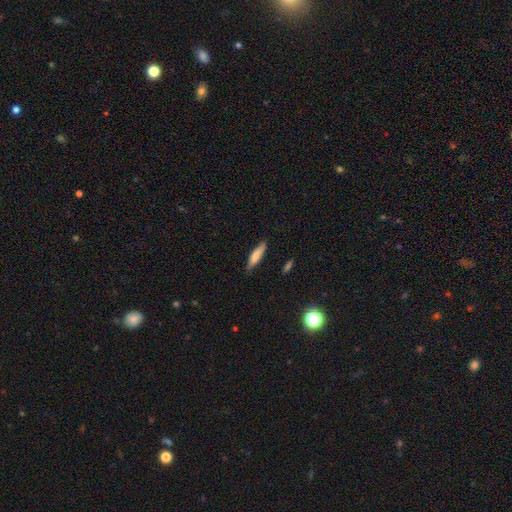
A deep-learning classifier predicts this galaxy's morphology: smooth_or_featured: smooth (p=0.77) [alt: featured or disk p=0.17]
how_rounded: cigar-shaped (p=0.70) [alt: in between p=0.28]
merging: none (p=0.78) [alt: minor disturbance p=0.18]